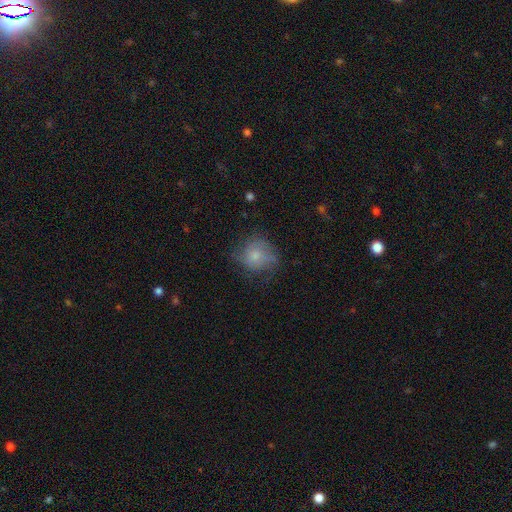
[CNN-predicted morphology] Overall: smooth (65%; featured or disk 25%). How rounded: round (79%). Merging: none (53%; minor disturbance 27%).